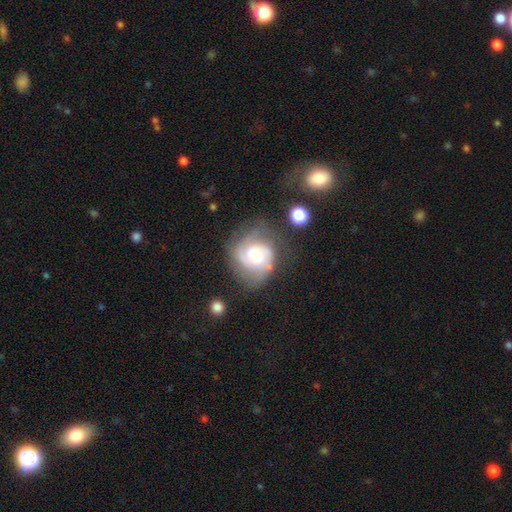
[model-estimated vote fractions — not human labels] Smooth or featured? featured or disk (69%)
Edge-on disk? no (98%)
Bar? no (66%)
Spiral arms? yes (90%)
Spiral winding? tight (44%)
Spiral arm count? 2 (41%)
Bulge size? large (34%)
Merging? none (49%)